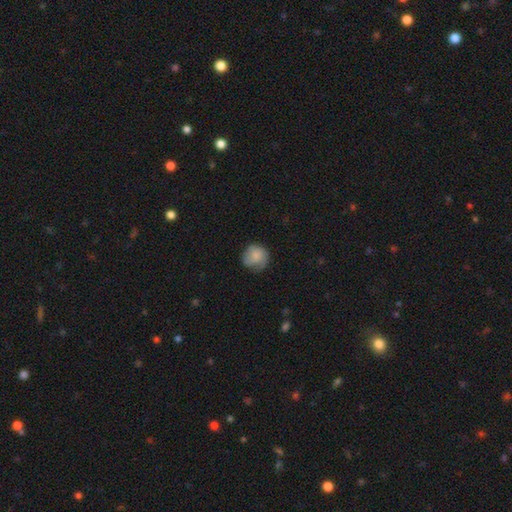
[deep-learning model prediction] A smooth galaxy with no disk features (73%) that is round (86%). Merging: none (61%).